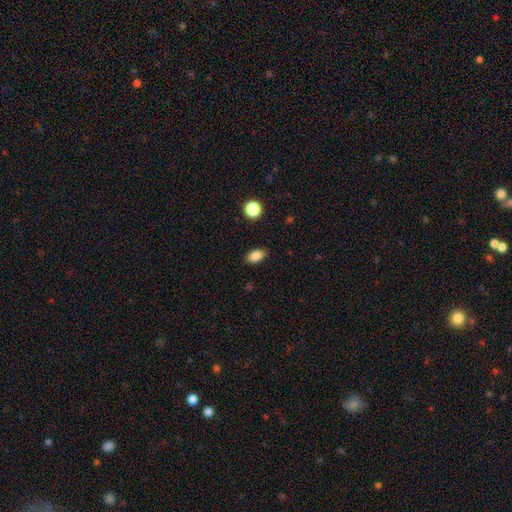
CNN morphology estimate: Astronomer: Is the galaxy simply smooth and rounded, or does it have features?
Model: smooth — 84%.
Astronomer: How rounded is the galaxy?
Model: in between — 87%.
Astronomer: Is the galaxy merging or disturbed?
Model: none — 87%.